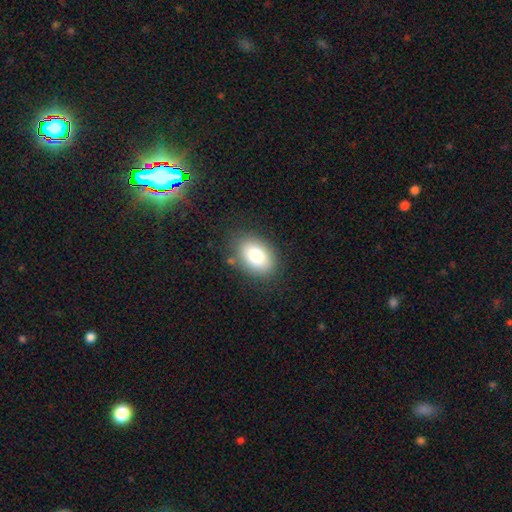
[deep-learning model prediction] This appears to be a smooth galaxy with no disk features (83%) that is in between round and cigar-shaped (85%). Merging: none (81%).